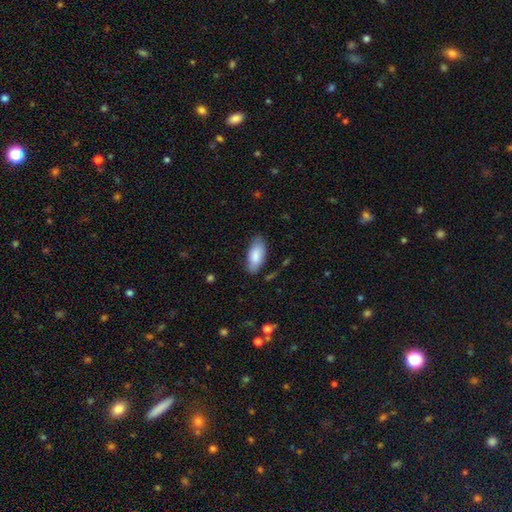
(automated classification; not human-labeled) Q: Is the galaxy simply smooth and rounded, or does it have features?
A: smooth — 85%.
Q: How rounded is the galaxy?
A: in between — 89%.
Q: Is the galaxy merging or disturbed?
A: none — 80%.